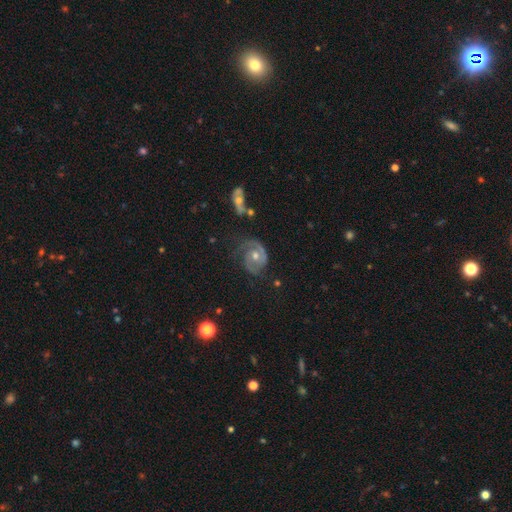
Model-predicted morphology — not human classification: Smooth or featured? Predicted: featured or disk (p=0.86). Edge-on disk? Predicted: no (p=0.98). Bar? Predicted: no (p=0.71). Spiral arms? Predicted: yes (p=0.96). Spiral winding? Predicted: tight (p=0.48). Spiral arm count? Predicted: 2 (p=0.69). Bulge size? Predicted: moderate (p=0.67). Merging? Predicted: none (p=0.62).